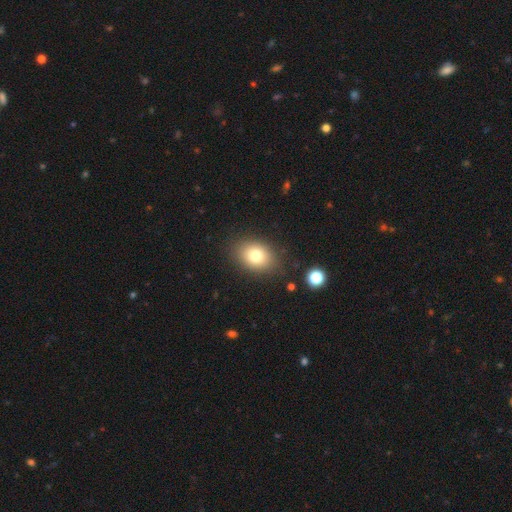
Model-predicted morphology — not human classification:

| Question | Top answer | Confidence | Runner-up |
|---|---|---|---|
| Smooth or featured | smooth | 78% | featured or disk (11%) |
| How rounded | in between | 67% | round (32%) |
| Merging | none | 83% | minor disturbance (11%) |